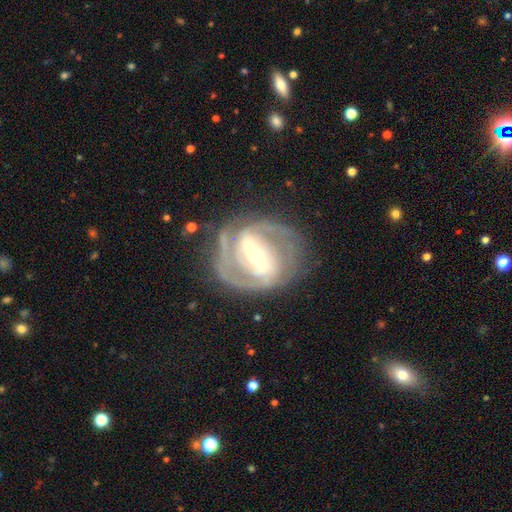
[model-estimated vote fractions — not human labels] Smooth or featured: featured or disk — 88% (smooth — 7%)
Edge-on disk: no — 96% (yes — 4%)
Bar: strong — 71% (weak — 22%)
Spiral arms: yes — 93% (no — 7%)
Spiral winding: tight — 57% (medium — 36%)
Spiral arm count: 2 — 70% (can't tell — 11%)
Bulge size: moderate — 49% (small — 44%)
Merging: none — 74% (minor disturbance — 15%)